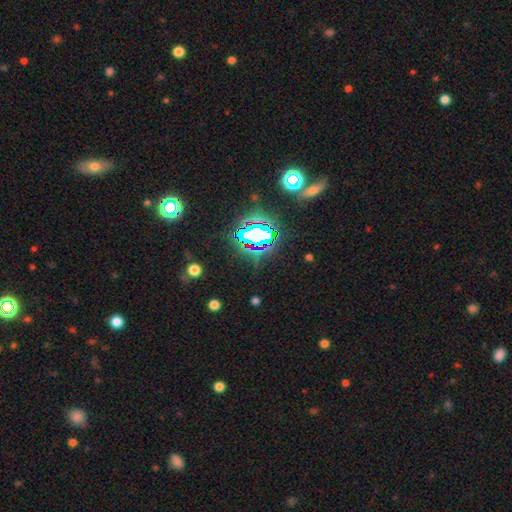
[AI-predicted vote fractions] The model was most divided on "smooth or featured": star or artifact: 77%, smooth: 14%, featured or disk: 9%.